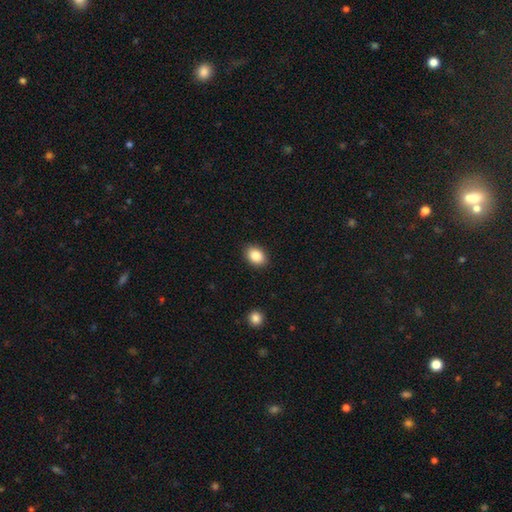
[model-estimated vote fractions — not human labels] The model was most divided on "how rounded": in between: 76%, round: 23%, cigar-shaped: 1%. More confident: merging — none (89%); smooth or featured — smooth (87%).